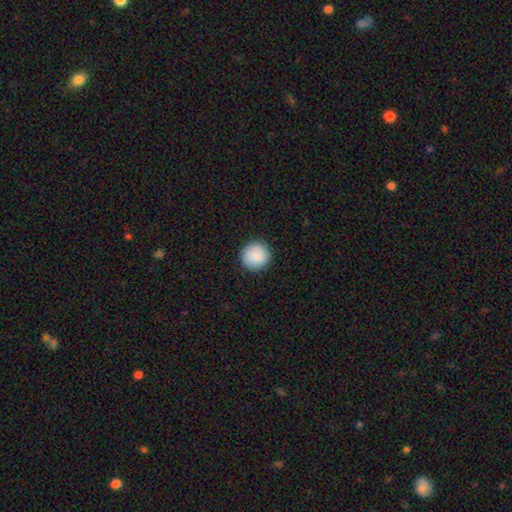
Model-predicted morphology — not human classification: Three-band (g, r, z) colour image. It shows a smooth galaxy with no disk features (89%) that is round (95%). Merging: none (92%).